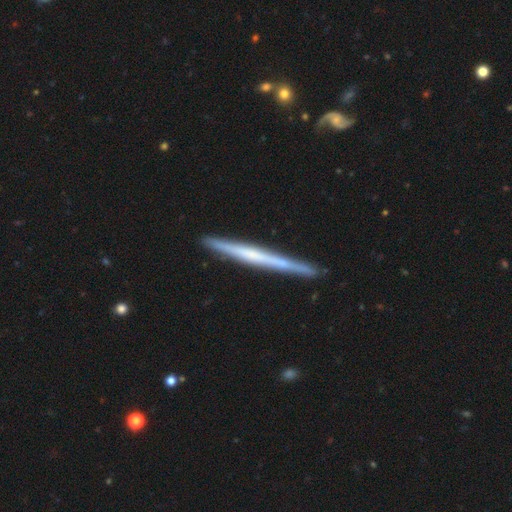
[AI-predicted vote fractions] smooth-or-featured: featured or disk: 61% | smooth: 33% | star or artifact: 5%
  disk-edge-on: yes: 97% | no: 3%
    edge-on-bulge: none: 79% | rounded: 13% | boxy: 8%
  merging: none: 89% | minor disturbance: 8% | merger: 1% | major disturbance: 1%